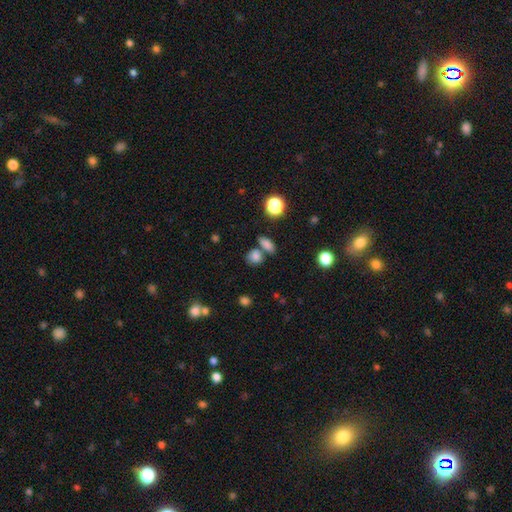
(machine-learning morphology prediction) The model was most divided on "how rounded": round: 59%, in between: 38%, cigar-shaped: 3%. More confident: smooth or featured — smooth (80%); merging — none (58%).